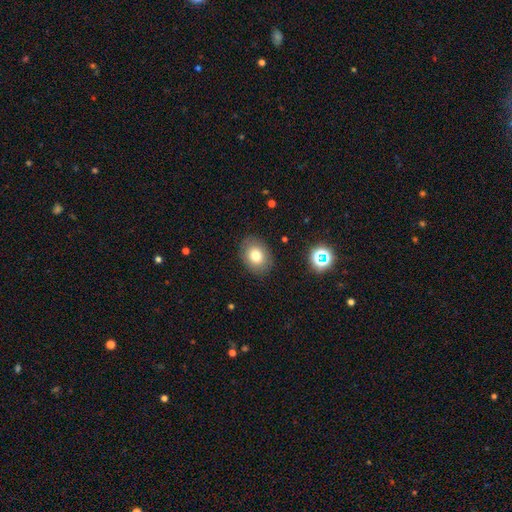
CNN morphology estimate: Smooth or featured? smooth (77%)
How rounded? in between (60%)
Merging? none (86%)